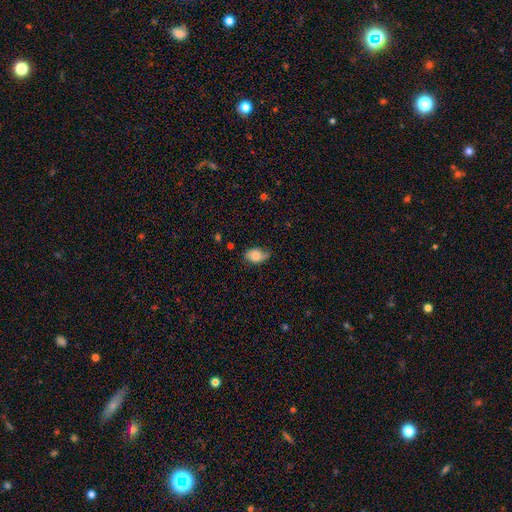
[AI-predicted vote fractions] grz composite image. It shows a smooth galaxy with no disk features (73%) that is in between round and cigar-shaped (86%). Merging: none (62%).